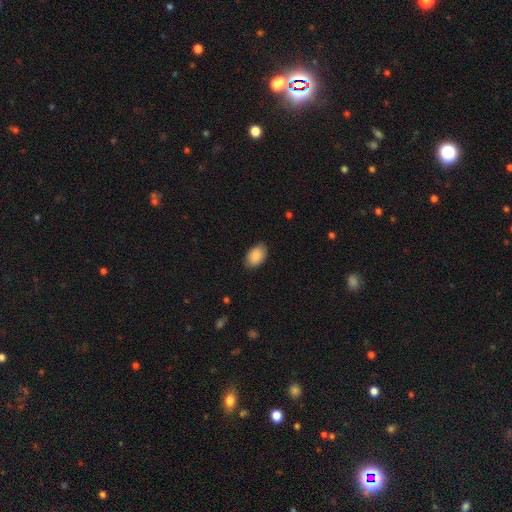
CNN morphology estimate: Smooth or featured: smooth — 89% (star or artifact — 6%)
How rounded: in between — 90% (round — 9%)
Merging: none — 81% (minor disturbance — 15%)